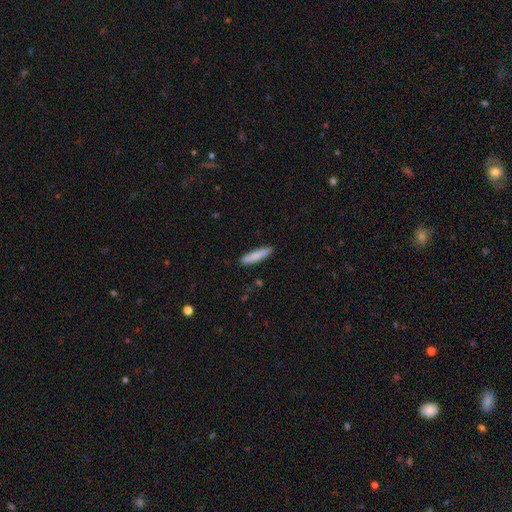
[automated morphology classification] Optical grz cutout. It shows a smooth galaxy with no disk features (83%) that is cigar-shaped (84%). Merging: none (87%).